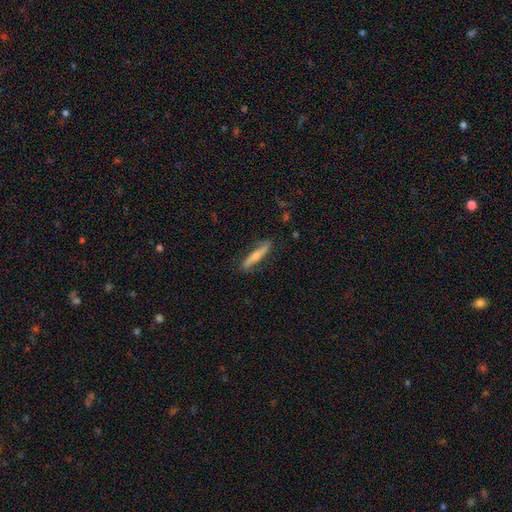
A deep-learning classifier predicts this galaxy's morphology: This appears to be a featured or disk galaxy (57%) viewed edge-on (70%). Merging: none (82%).